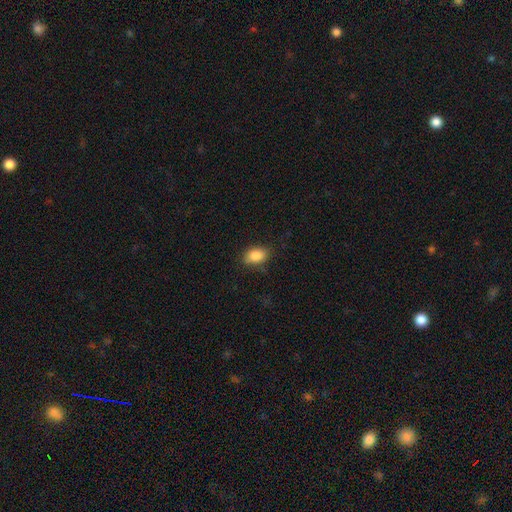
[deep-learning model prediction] Overall: smooth (85%). How rounded: in between (84%). Merging: none (81%).